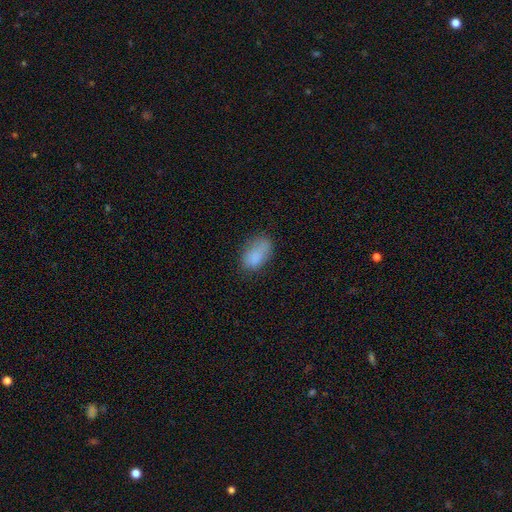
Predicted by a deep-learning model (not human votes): Smooth or featured? Predicted: smooth (p=0.83). How rounded? Predicted: in between (p=0.92). Merging? Predicted: none (p=0.61).